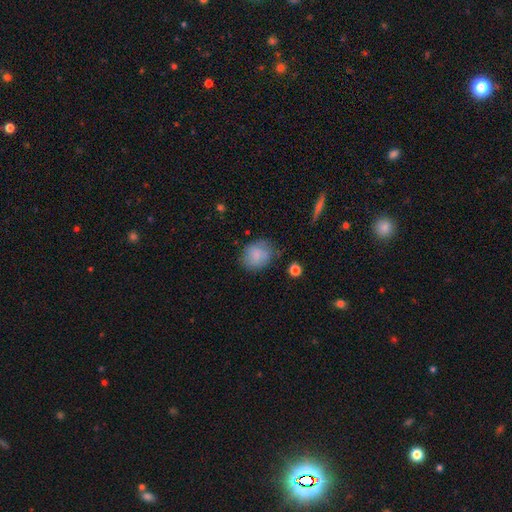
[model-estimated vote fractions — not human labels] Overall: smooth (82%). How rounded: round (60%; in between 39%). Merging: none (64%; minor disturbance 25%).